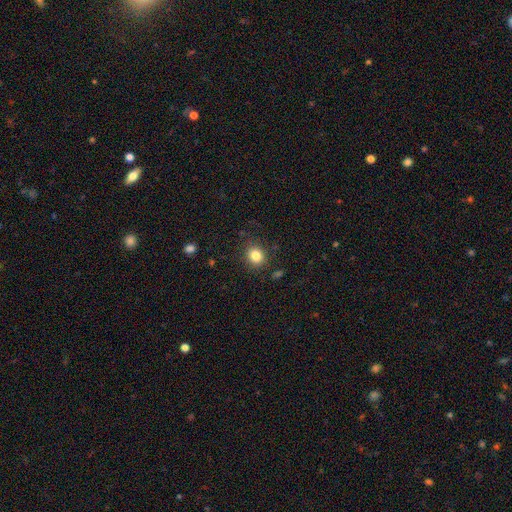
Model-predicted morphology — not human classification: Q: Smooth or featured?
A: smooth (83%); runner-up: star or artifact (11%)
Q: How rounded?
A: round (71%); runner-up: in between (28%)
Q: Merging?
A: none (86%); runner-up: minor disturbance (9%)